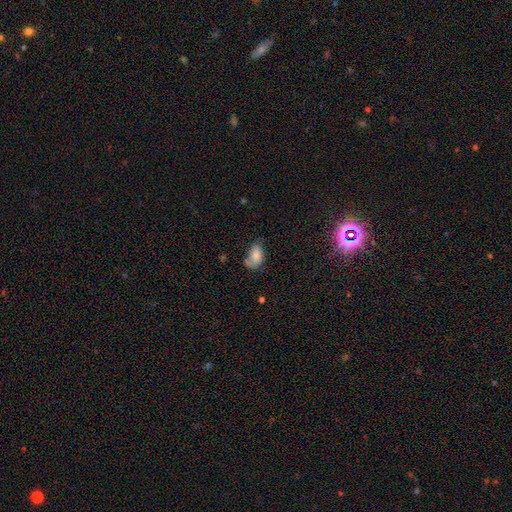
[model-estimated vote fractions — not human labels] This appears to be a smooth galaxy with no disk features (75%) that is in between round and cigar-shaped (91%). Merging: none (44%).